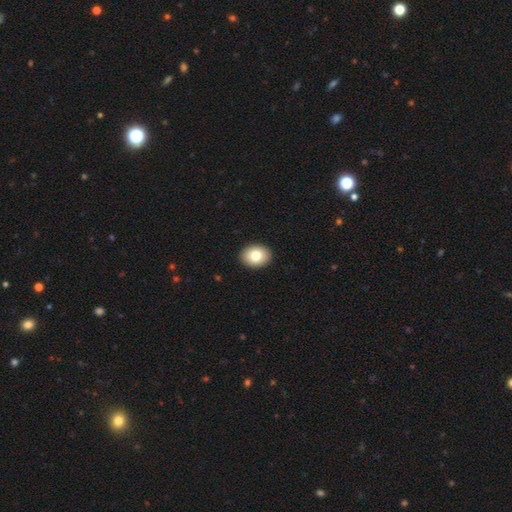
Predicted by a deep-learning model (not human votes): Overall: smooth (79%). How rounded: in between (63%; round 36%). Merging: none (92%).